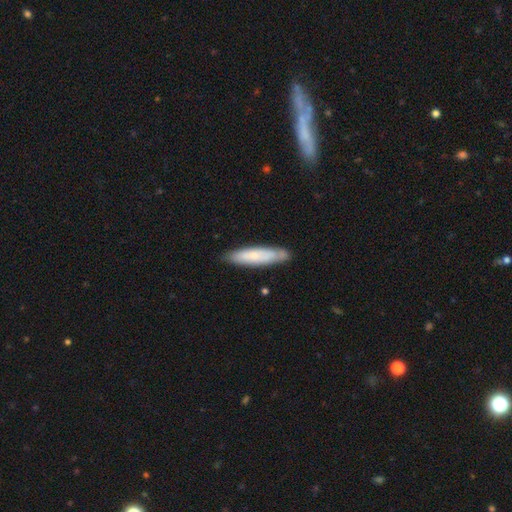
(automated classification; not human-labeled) Smooth or featured? smooth (65%)
How rounded? cigar-shaped (80%)
Merging? none (80%)